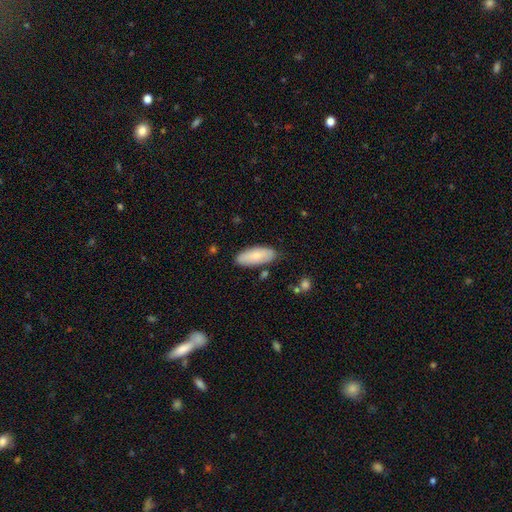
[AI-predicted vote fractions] smooth_or_featured: smooth (p=0.80) [alt: featured or disk p=0.14]
how_rounded: in between (p=0.80) [alt: cigar-shaped p=0.18]
merging: none (p=0.81) [alt: minor disturbance p=0.14]